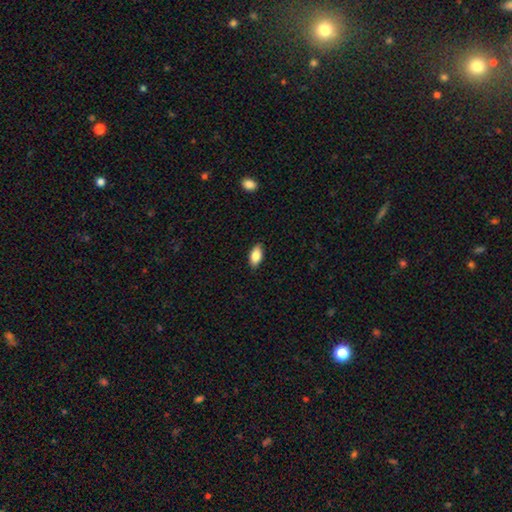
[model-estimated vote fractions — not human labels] The model was most divided on "smooth or featured": smooth: 84%, featured or disk: 9%, star or artifact: 7%. More confident: how rounded — in between (91%); merging — none (87%).